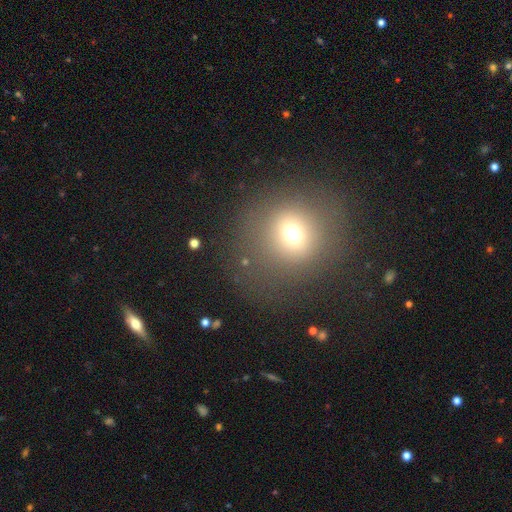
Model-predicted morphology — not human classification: Smooth or featured? smooth (62%)
How rounded? round (82%)
Merging? none (80%)